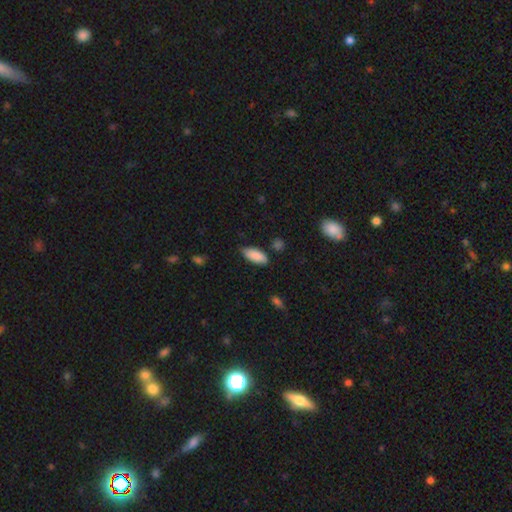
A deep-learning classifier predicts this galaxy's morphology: Smooth or featured? smooth (87%)
How rounded? in between (86%)
Merging? none (75%)